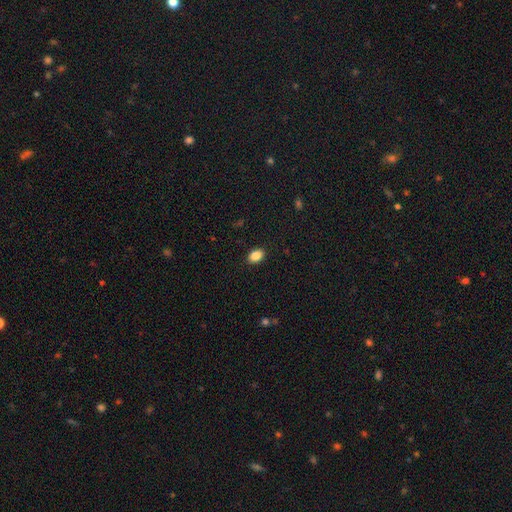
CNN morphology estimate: This appears to be a smooth galaxy with no disk features (87%) that is in between round and cigar-shaped (80%). Merging: none (89%).